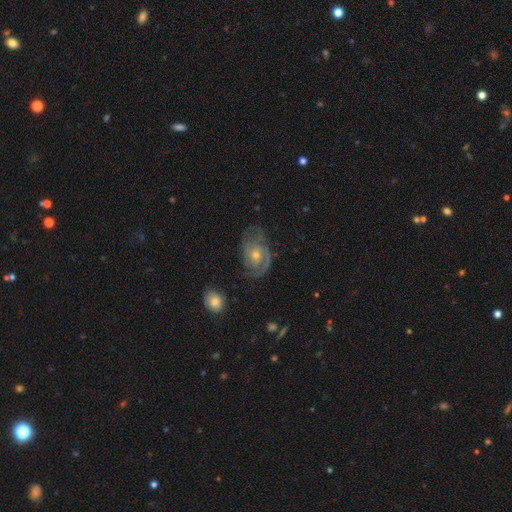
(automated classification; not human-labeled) Smooth or featured? Predicted: featured or disk (p=0.80). Edge-on disk? Predicted: no (p=0.97). Bar? Predicted: no (p=0.73). Spiral arms? Predicted: yes (p=0.91). Spiral winding? Predicted: tight (p=0.53). Spiral arm count? Predicted: 2 (p=0.44). Bulge size? Predicted: small (p=0.50). Merging? Predicted: none (p=0.64).